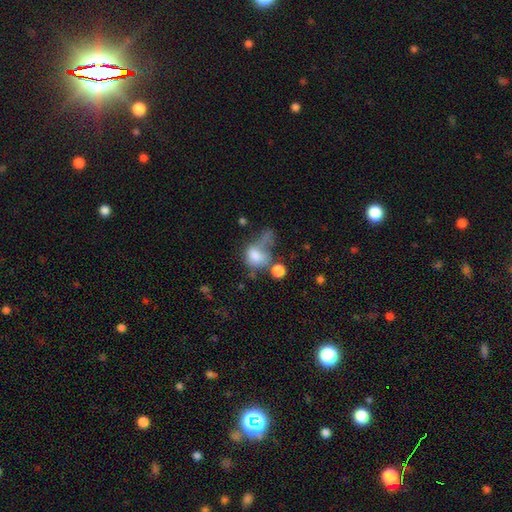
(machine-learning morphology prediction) smooth-or-featured: smooth: 71% | featured or disk: 18% | star or artifact: 11%
  how-rounded: in between: 58% | round: 40% | cigar-shaped: 2%
  merging: major disturbance: 40% | merger: 27% | none: 18% | minor disturbance: 16%